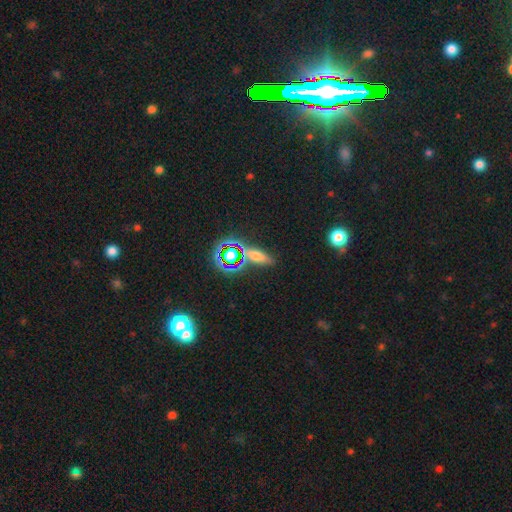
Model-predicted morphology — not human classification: Smooth or featured: smooth — 46% (star or artifact — 34%)
Merging: none — 75% (minor disturbance — 12%)